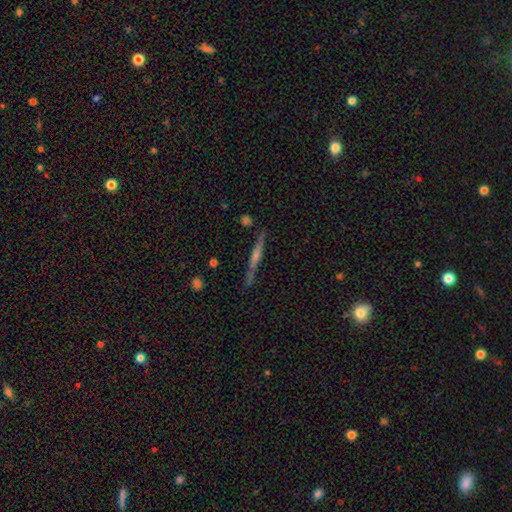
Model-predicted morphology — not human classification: Smooth or featured? Predicted: featured or disk (p=0.71). Edge-on disk? Predicted: yes (p=0.98). Edge-on bulge? Predicted: rounded (p=0.60). Merging? Predicted: none (p=0.87).